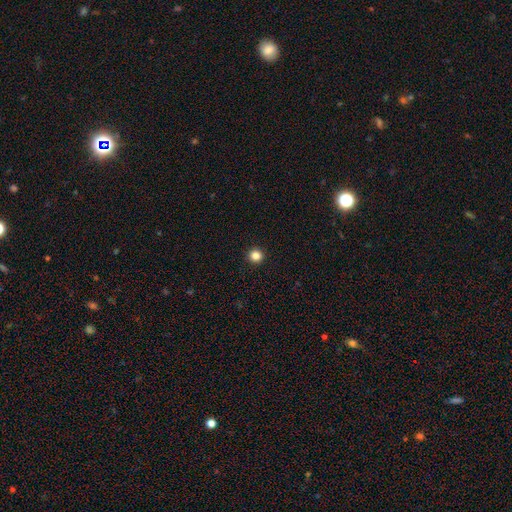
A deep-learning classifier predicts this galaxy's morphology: The model was most divided on "smooth or featured": smooth: 85%, star or artifact: 12%, featured or disk: 4%. More confident: how rounded — round (95%); merging — none (94%).